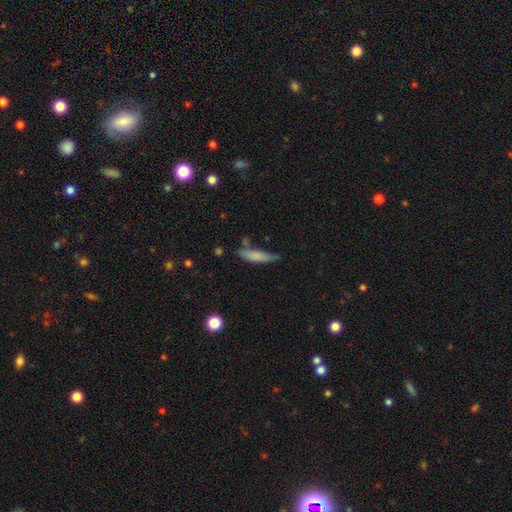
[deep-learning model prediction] The model was most divided on "merging": none: 50%, minor disturbance: 33%, major disturbance: 9%, merger: 9%. More confident: smooth or featured — smooth (76%); how rounded — cigar-shaped (66%).